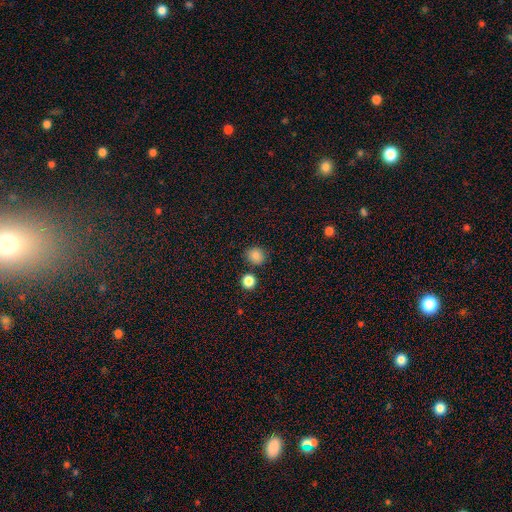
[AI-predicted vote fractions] A smooth galaxy with no disk features (85%) that is round (86%).

Vote fractions:
- Smooth or featured? smooth: 85% / star or artifact: 11% / featured or disk: 4%
- How rounded? round: 86% / in between: 13% / cigar-shaped: 1%
- Merging? none: 83% / minor disturbance: 8% / merger: 6% / major disturbance: 2%